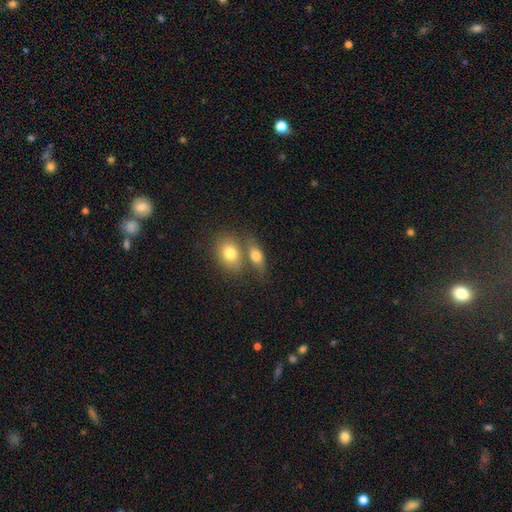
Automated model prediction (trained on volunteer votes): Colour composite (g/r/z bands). It shows a smooth galaxy with no disk features (75%) that is in between round and cigar-shaped (76%). Merging: merger (42%).